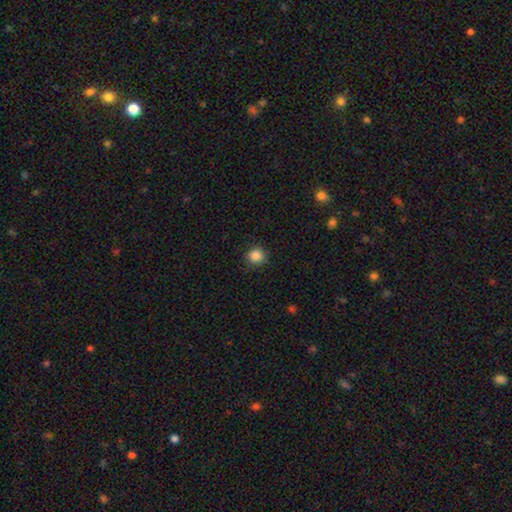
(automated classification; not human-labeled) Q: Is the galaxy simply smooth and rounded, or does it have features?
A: smooth — 86%.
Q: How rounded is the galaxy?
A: round — 90%.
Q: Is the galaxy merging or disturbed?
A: none — 88%.